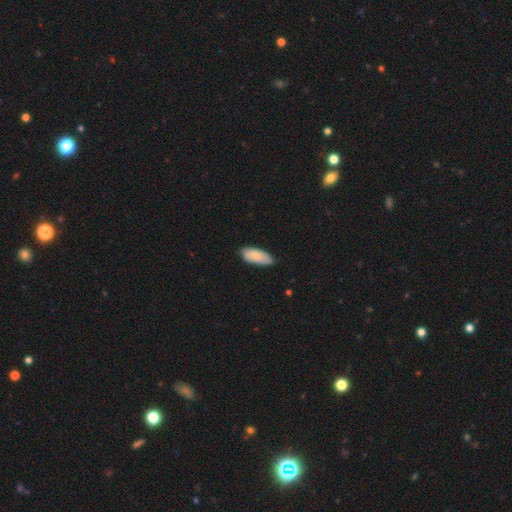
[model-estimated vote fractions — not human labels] smooth-or-featured: smooth: 76% | featured or disk: 18% | star or artifact: 6%
  how-rounded: in between: 88% | cigar-shaped: 10% | round: 2%
  merging: none: 78% | minor disturbance: 19% | major disturbance: 2% | merger: 1%